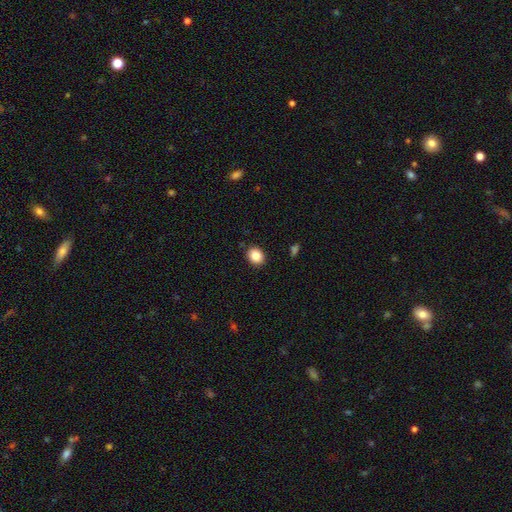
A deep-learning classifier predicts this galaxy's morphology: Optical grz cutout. It shows a smooth galaxy with no disk features (86%) that is round (58%). Merging: none (90%).